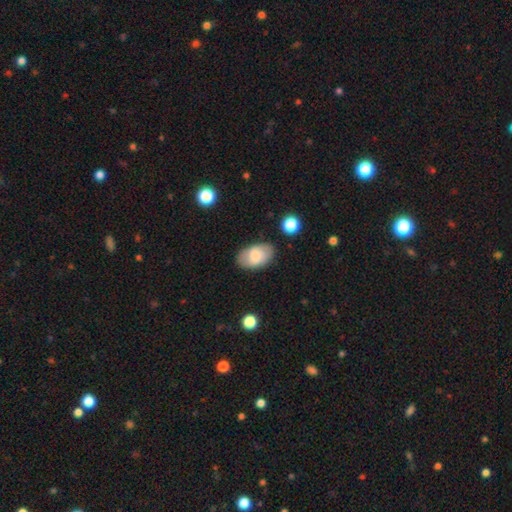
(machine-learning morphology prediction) smooth-or-featured: smooth: 75% | featured or disk: 18% | star or artifact: 7%
  how-rounded: in between: 93% | round: 6% | cigar-shaped: 1%
  merging: none: 80% | minor disturbance: 14% | major disturbance: 3% | merger: 2%